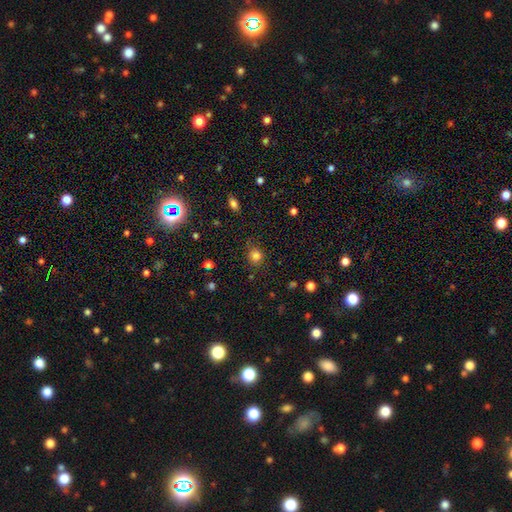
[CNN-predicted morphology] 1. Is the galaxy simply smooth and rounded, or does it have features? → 81% smooth, 14% star or artifact, 6% featured or disk.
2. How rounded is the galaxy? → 79% round, 20% in between, 1% cigar-shaped.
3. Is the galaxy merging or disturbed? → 80% none, 14% minor disturbance, 4% major disturbance, 2% merger.